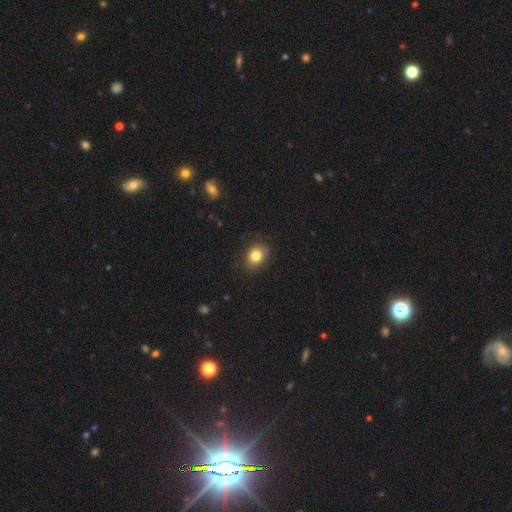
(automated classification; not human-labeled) smooth 83%, star or artifact 10%, featured or disk 7%. Down the decision tree: how rounded — in between (50%); merging — none (81%).